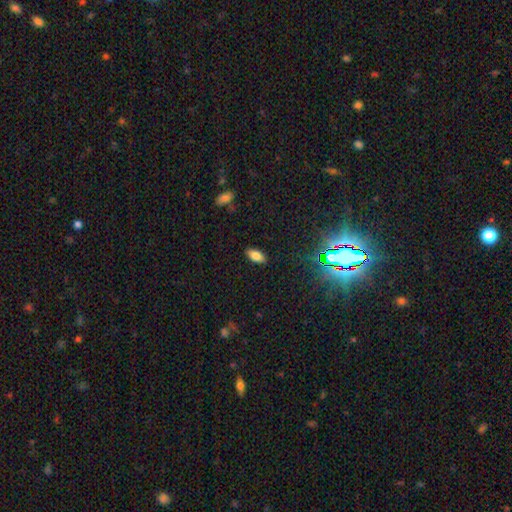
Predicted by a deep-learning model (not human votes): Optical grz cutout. It shows a smooth galaxy with no disk features (78%) that is in between round and cigar-shaped (89%). Merging: none (88%).